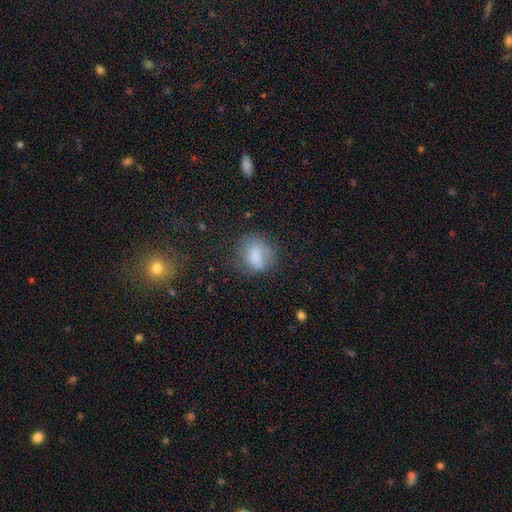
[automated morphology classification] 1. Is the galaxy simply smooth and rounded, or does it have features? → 74% smooth, 15% featured or disk, 11% star or artifact.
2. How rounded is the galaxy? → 53% in between, 45% round, 3% cigar-shaped.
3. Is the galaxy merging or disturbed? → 56% none, 25% minor disturbance, 15% major disturbance, 4% merger.